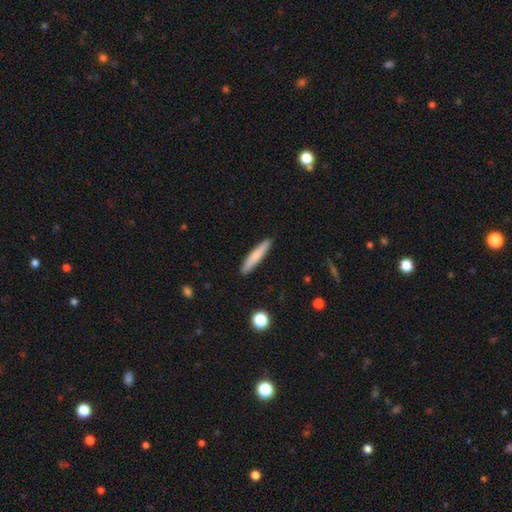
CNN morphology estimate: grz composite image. It shows a smooth galaxy with no disk features (72%) that is cigar-shaped (91%). Merging: none (90%).